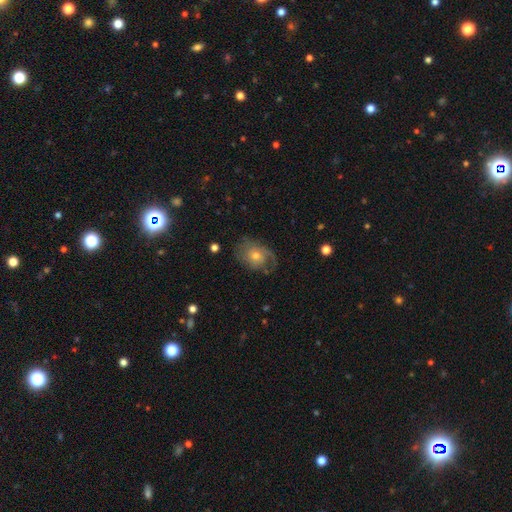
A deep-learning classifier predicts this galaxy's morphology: A featured or disk galaxy (60%) with no bar (81%), spiral arms (81%) and a moderate central bulge (52%). Merging: none (61%).